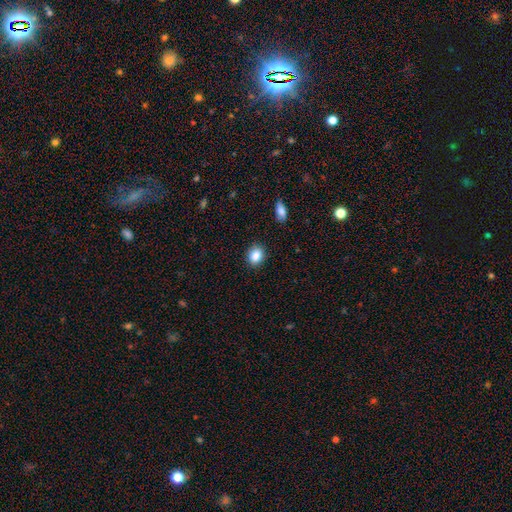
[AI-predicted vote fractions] This appears to be a smooth galaxy with no disk features (86%) that is round (58%). Merging: none (89%).